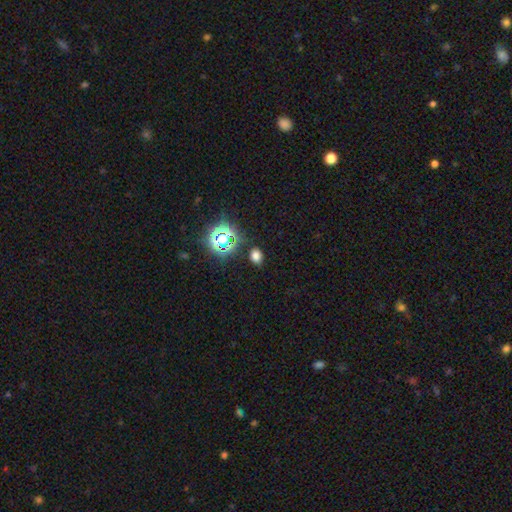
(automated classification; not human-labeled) smooth_or_featured: smooth (p=0.68) [alt: star or artifact p=0.26]
how_rounded: in between (p=0.65) [alt: round p=0.34]
merging: none (p=0.84) [alt: minor disturbance p=0.10]